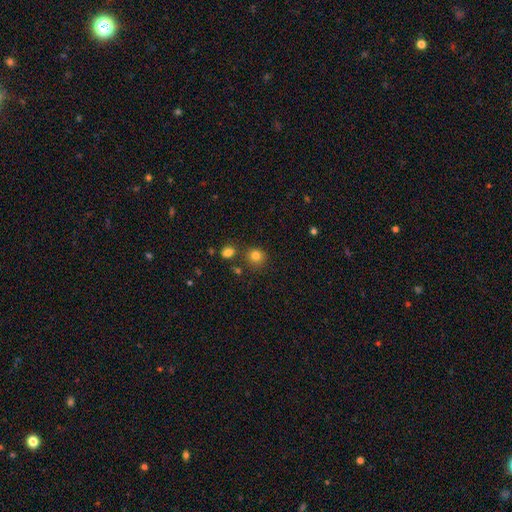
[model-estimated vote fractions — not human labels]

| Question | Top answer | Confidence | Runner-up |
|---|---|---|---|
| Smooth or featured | smooth | 81% | star or artifact (13%) |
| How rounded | round | 86% | in between (13%) |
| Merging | none | 77% | minor disturbance (11%) |